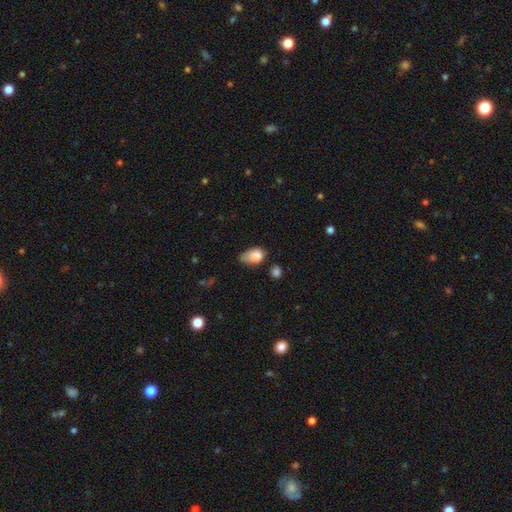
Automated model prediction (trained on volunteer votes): Q: Smooth or featured?
A: smooth (83%); runner-up: star or artifact (9%)
Q: How rounded?
A: in between (86%); runner-up: round (12%)
Q: Merging?
A: minor disturbance (46%); runner-up: none (32%)